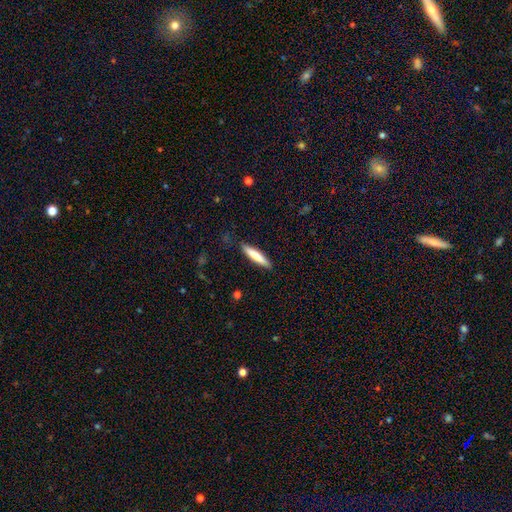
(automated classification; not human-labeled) A smooth galaxy with no disk features (78%) that is cigar-shaped (87%). Merging: none (88%).